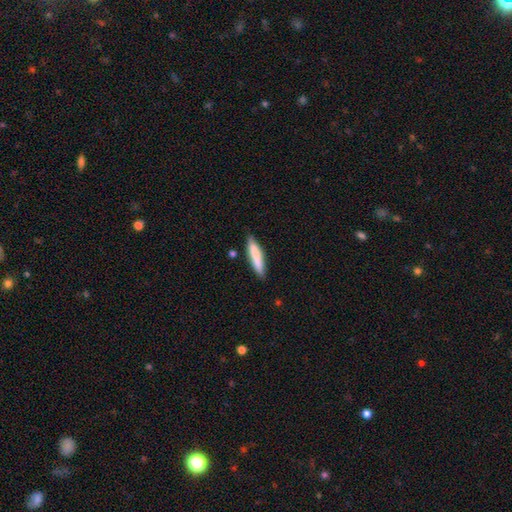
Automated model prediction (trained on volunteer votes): smooth-or-featured: smooth: 80% | featured or disk: 14% | star or artifact: 6%
  how-rounded: cigar-shaped: 83% | in between: 15% | round: 1%
  merging: none: 83% | minor disturbance: 13% | merger: 2% | major disturbance: 2%